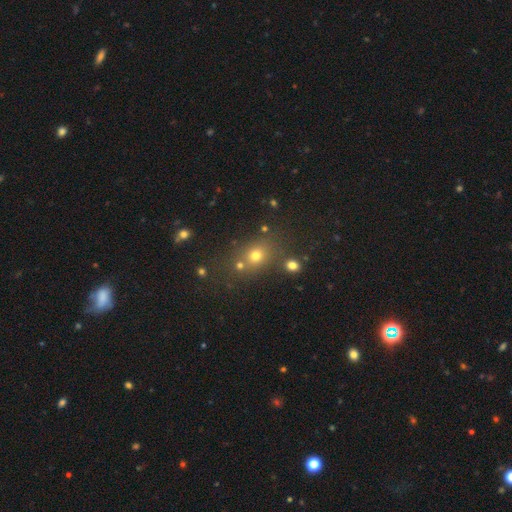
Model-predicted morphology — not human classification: Q: Smooth or featured?
A: smooth (68%); runner-up: star or artifact (22%)
Q: How rounded?
A: round (63%); runner-up: in between (36%)
Q: Merging?
A: none (70%); runner-up: merger (14%)